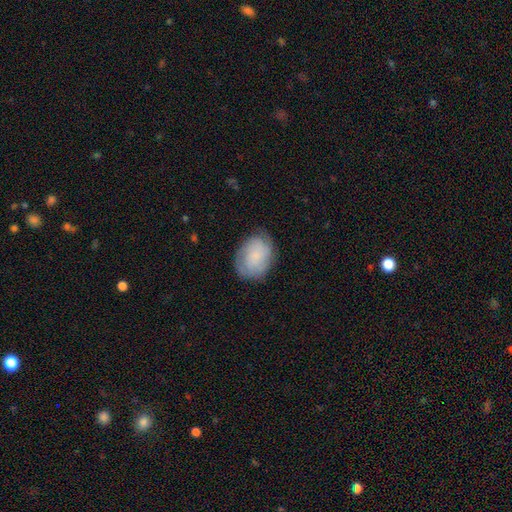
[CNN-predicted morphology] Smooth or featured?
  - smooth: 61% *
  - featured or disk: 32%
  - star or artifact: 8%
How rounded?
  - in between: 69% *
  - round: 30%
  - cigar-shaped: 1%
Merging?
  - none: 72% *
  - minor disturbance: 21%
  - major disturbance: 6%
  - merger: 1%